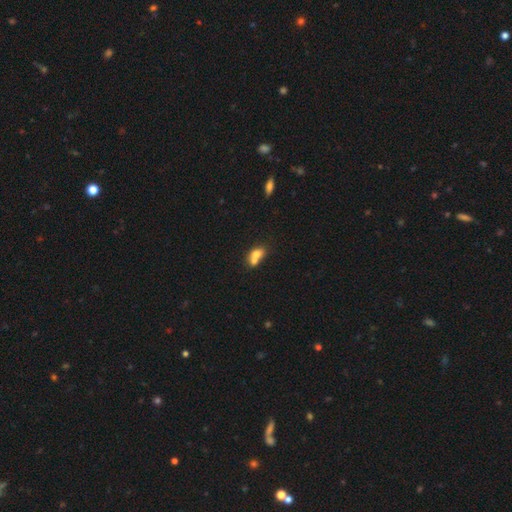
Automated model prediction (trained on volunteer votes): A smooth galaxy with no disk features (68%) that is in between round and cigar-shaped (60%). Merging: merger (67%).